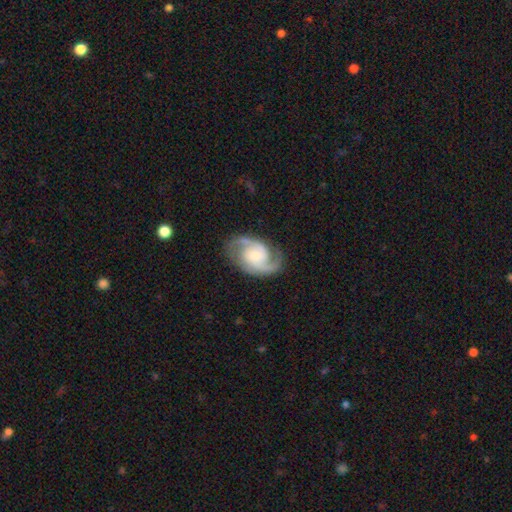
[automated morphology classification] Smooth or featured: featured or disk — 89% (smooth — 6%)
Edge-on disk: no — 98% (yes — 2%)
Bar: no — 59% (weak — 33%)
Spiral arms: yes — 98% (no — 2%)
Spiral winding: medium — 58% (tight — 26%)
Spiral arm count: 2 — 88% (3 — 5%)
Bulge size: small — 48% (moderate — 39%)
Merging: none — 80% (minor disturbance — 14%)